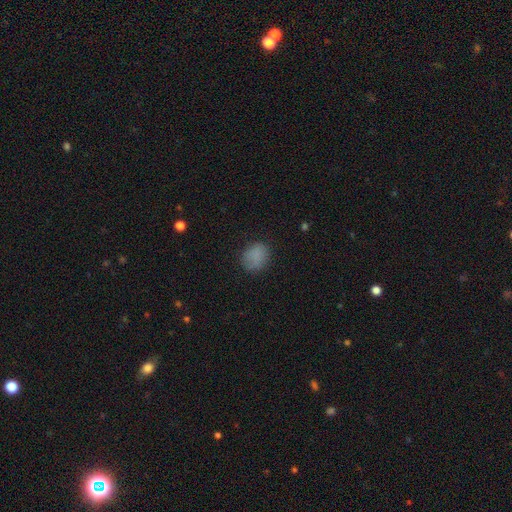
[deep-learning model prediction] smooth-or-featured: smooth: 84% | star or artifact: 10% | featured or disk: 6%
  how-rounded: round: 64% | in between: 35% | cigar-shaped: 1%
  merging: none: 79% | minor disturbance: 15% | major disturbance: 4% | merger: 1%